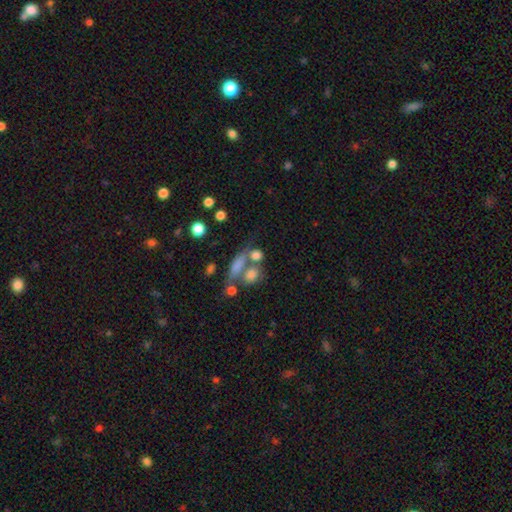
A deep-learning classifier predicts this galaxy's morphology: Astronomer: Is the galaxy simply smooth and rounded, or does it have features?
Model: smooth — 73%.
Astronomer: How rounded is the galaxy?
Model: round — 52% (runner-up: in between, 41%).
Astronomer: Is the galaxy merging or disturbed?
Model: none — 42% (runner-up: merger, 39%).